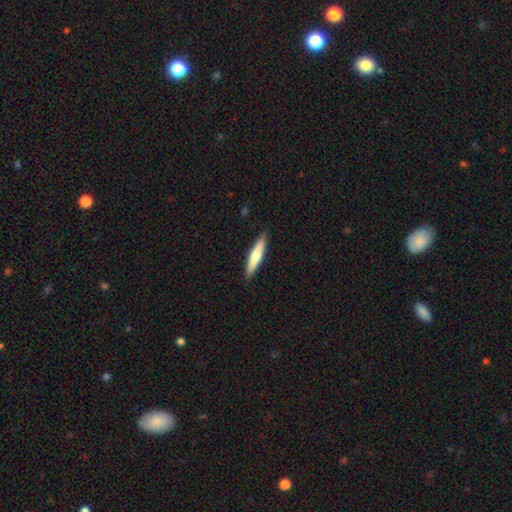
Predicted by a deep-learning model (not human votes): smooth_or_featured: smooth (p=0.56) [alt: featured or disk p=0.38]
how_rounded: cigar-shaped (p=0.88) [alt: in between p=0.11]
merging: none (p=0.90) [alt: minor disturbance p=0.07]